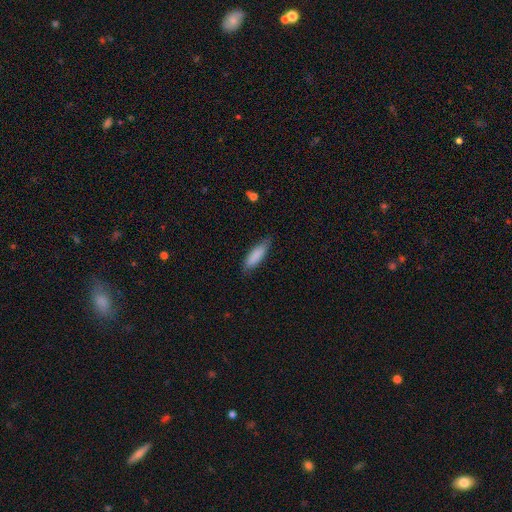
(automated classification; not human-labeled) smooth 85%, featured or disk 9%, star or artifact 6%. Down the decision tree: how rounded — cigar-shaped (57%); merging — none (78%).